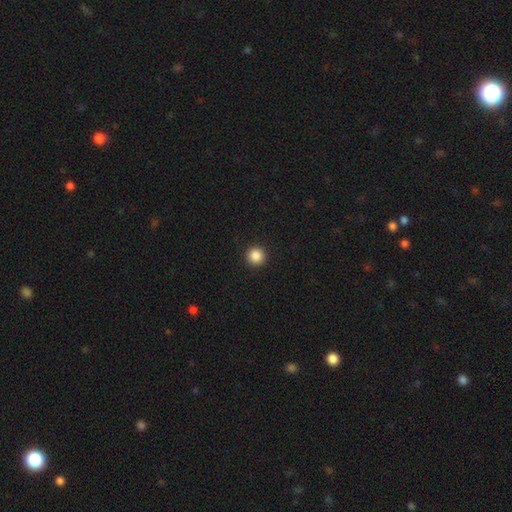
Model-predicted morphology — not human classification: smooth_or_featured: smooth (p=0.87) [alt: star or artifact p=0.10]
how_rounded: round (p=0.95) [alt: in between p=0.04]
merging: none (p=0.93) [alt: minor disturbance p=0.04]